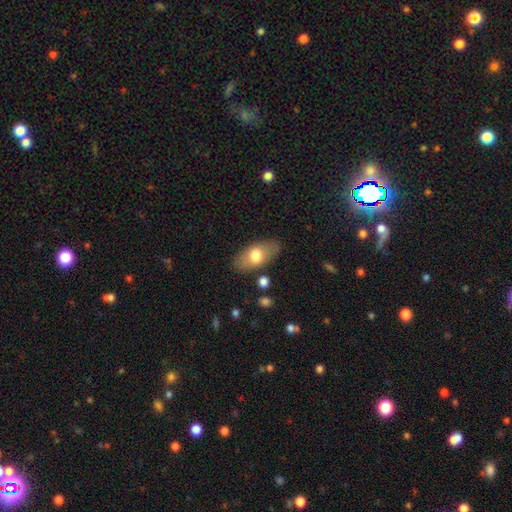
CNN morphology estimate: smooth-or-featured: smooth: 67% | featured or disk: 26% | star or artifact: 6%
  how-rounded: in between: 89% | cigar-shaped: 7% | round: 4%
  merging: none: 82% | minor disturbance: 12% | major disturbance: 3% | merger: 2%